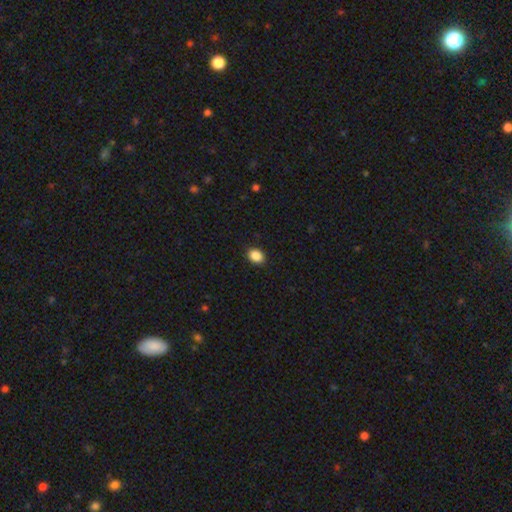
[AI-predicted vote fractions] Smooth or featured?
  - smooth: 89% *
  - star or artifact: 9%
  - featured or disk: 3%
How rounded?
  - in between: 65% *
  - round: 34%
  - cigar-shaped: 1%
Merging?
  - none: 90% *
  - minor disturbance: 7%
  - major disturbance: 2%
  - merger: 1%